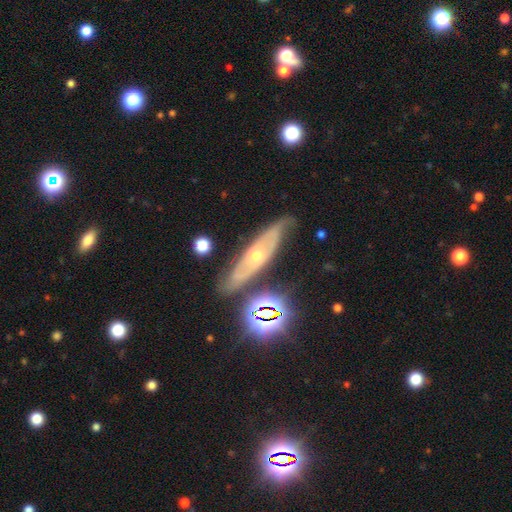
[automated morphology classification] type=featured or disk (67%); edge-on=no (59%); merging=none (70%).